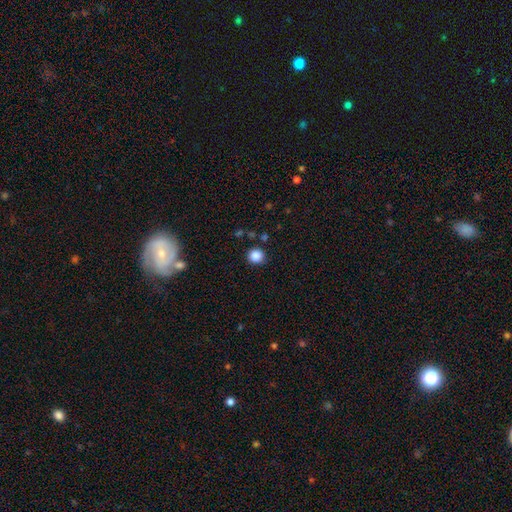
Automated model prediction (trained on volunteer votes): Morphology: type=smooth (86%); roundness=round (89%); merging=none (86%).